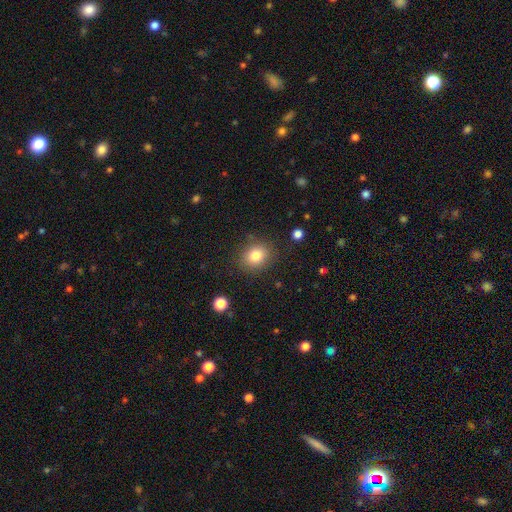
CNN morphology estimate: A smooth galaxy with no disk features (81%) that is round (65%).

Vote fractions:
- Smooth or featured? smooth: 81% / star or artifact: 11% / featured or disk: 8%
- How rounded? round: 65% / in between: 34% / cigar-shaped: 1%
- Merging? none: 85% / minor disturbance: 10% / major disturbance: 3% / merger: 2%